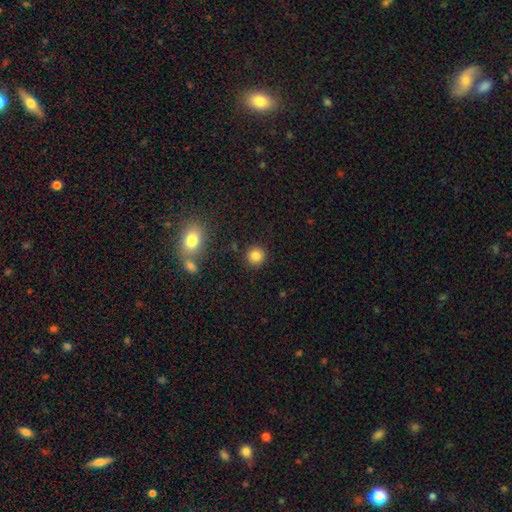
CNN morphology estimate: smooth 83%, star or artifact 11%, featured or disk 6%. Down the decision tree: how rounded — round (93%); merging — none (90%).